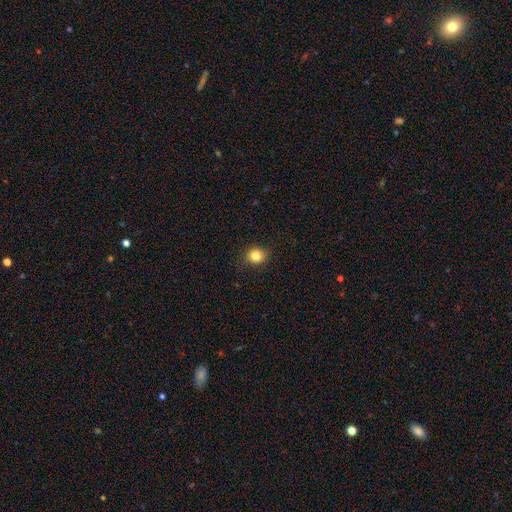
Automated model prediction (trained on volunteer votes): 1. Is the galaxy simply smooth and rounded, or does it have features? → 82% smooth, 12% star or artifact, 6% featured or disk.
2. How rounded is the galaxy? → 78% round, 21% in between, 1% cigar-shaped.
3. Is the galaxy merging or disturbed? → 86% none, 10% minor disturbance, 2% major disturbance, 1% merger.